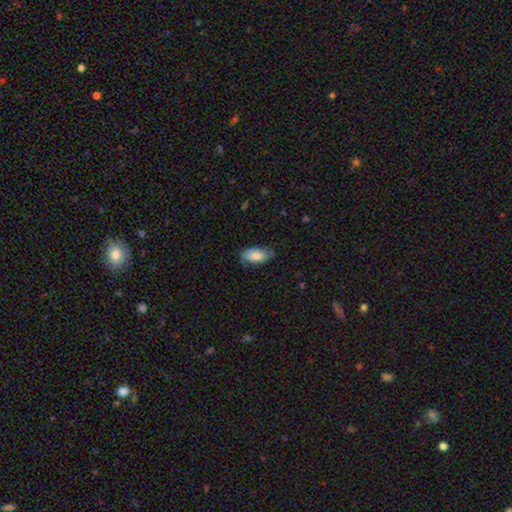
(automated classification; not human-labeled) Smooth or featured: smooth — 76% (featured or disk — 17%)
How rounded: in between — 93% (cigar-shaped — 4%)
Merging: none — 70% (minor disturbance — 24%)